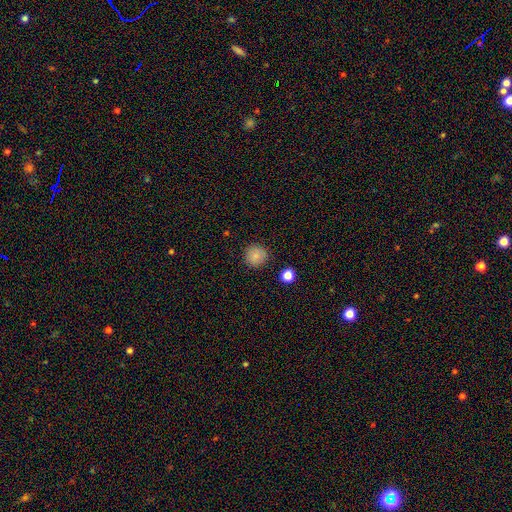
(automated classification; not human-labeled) smooth-or-featured: smooth: 84% | star or artifact: 10% | featured or disk: 6%
  how-rounded: round: 95% | in between: 4% | cigar-shaped: 1%
  merging: none: 90% | minor disturbance: 7% | major disturbance: 2% | merger: 1%